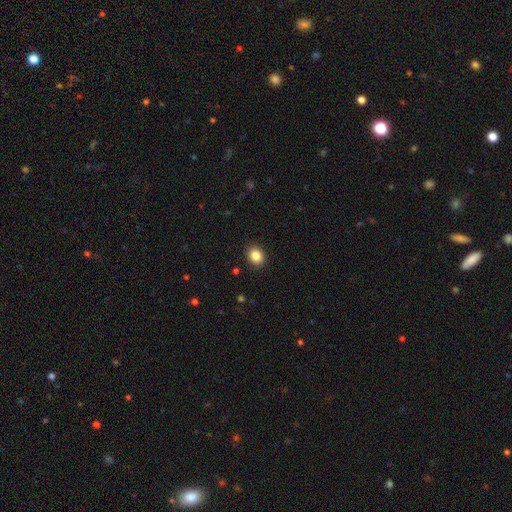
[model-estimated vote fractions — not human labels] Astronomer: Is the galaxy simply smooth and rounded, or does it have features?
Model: smooth — 85%.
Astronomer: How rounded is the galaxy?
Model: round — 55% (runner-up: in between, 44%).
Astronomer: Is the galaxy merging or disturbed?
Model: none — 91%.